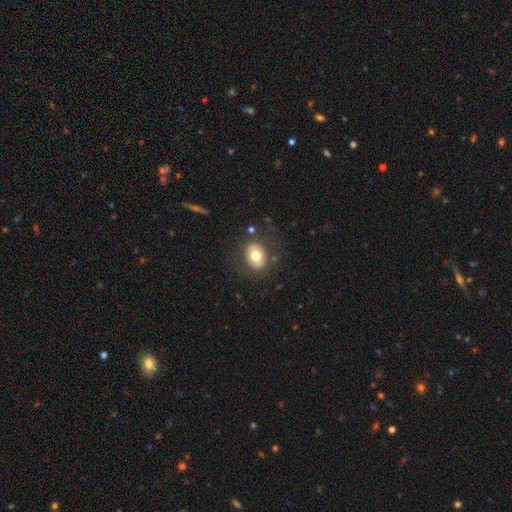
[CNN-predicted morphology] type=smooth (71%); roundness=in between (55%); merging=none (80%).